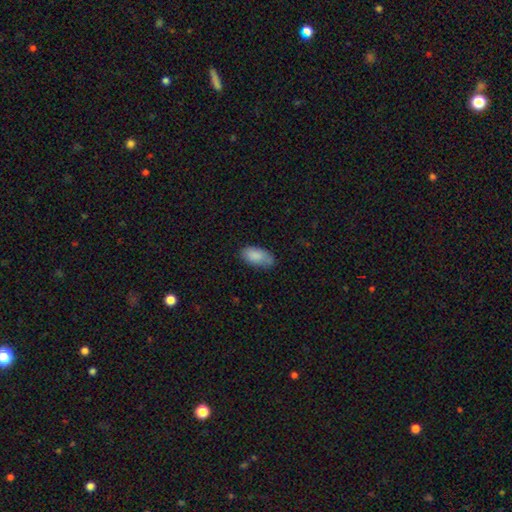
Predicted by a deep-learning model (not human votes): Morphology: type=smooth (87%); roundness=in between (94%); merging=none (66%).